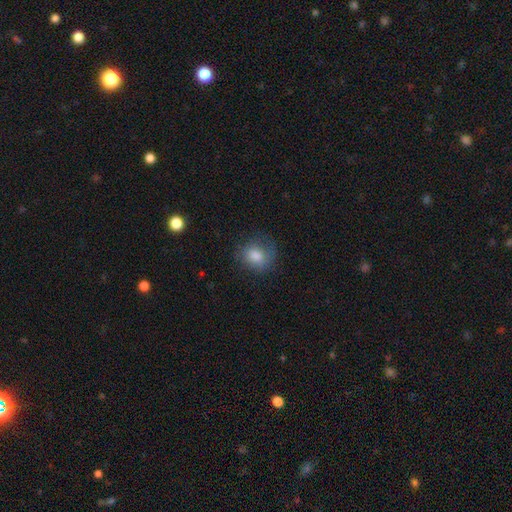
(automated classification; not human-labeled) smooth-or-featured: smooth: 79% | featured or disk: 11% | star or artifact: 10%
  how-rounded: round: 71% | in between: 28% | cigar-shaped: 1%
  merging: none: 69% | minor disturbance: 21% | major disturbance: 9% | merger: 1%